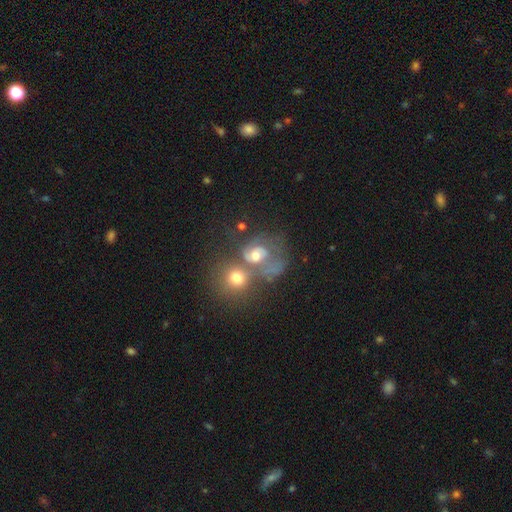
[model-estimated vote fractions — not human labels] This appears to be a smooth galaxy with no disk features (47%). Merging: merger (64%).